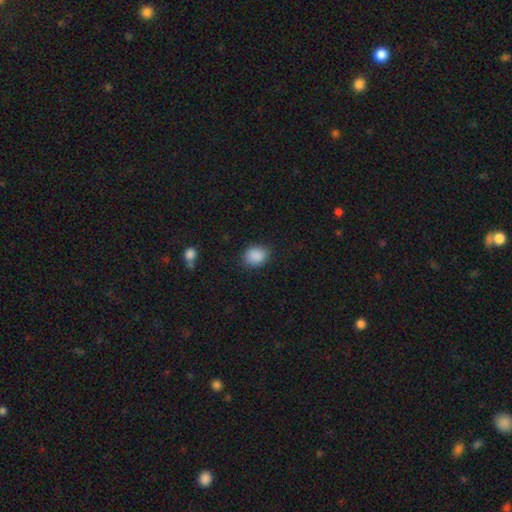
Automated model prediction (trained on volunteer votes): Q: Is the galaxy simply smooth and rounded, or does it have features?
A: smooth — 89%.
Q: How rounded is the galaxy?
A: round — 51%.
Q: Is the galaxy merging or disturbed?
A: none — 85%.